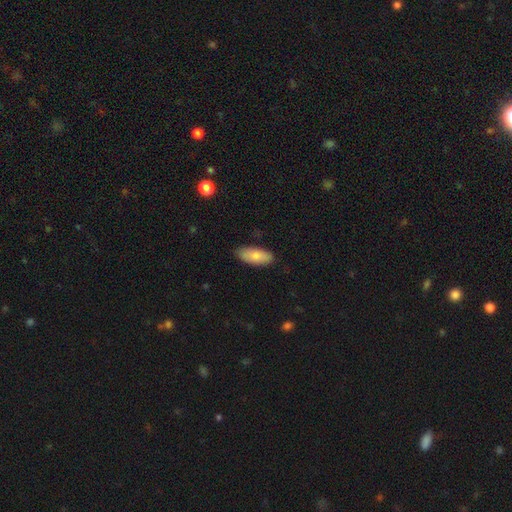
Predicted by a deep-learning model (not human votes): smooth 81%, featured or disk 13%, star or artifact 6%. Down the decision tree: how rounded — in between (85%); merging — none (84%).